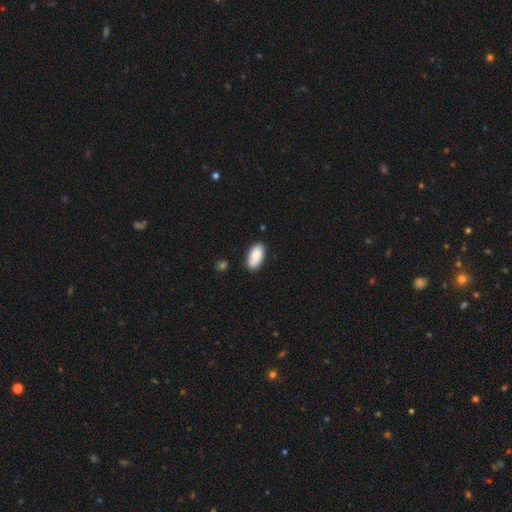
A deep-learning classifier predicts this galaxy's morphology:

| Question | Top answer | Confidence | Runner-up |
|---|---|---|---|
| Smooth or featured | smooth | 87% | featured or disk (6%) |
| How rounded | in between | 92% | cigar-shaped (6%) |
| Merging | none | 83% | minor disturbance (13%) |